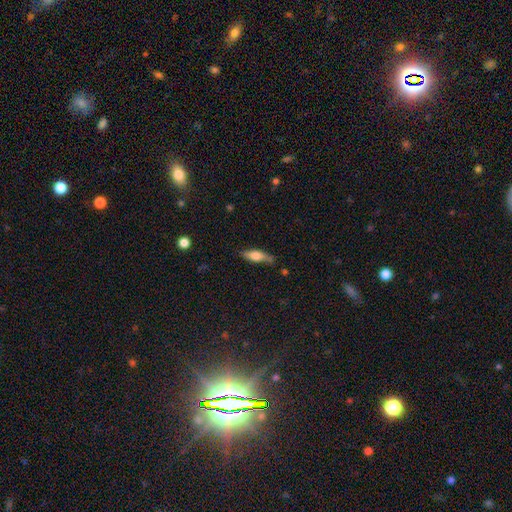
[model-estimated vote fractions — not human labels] Smooth or featured: smooth — 65% (featured or disk — 28%)
How rounded: in between — 51% (cigar-shaped — 46%)
Merging: none — 68% (minor disturbance — 24%)